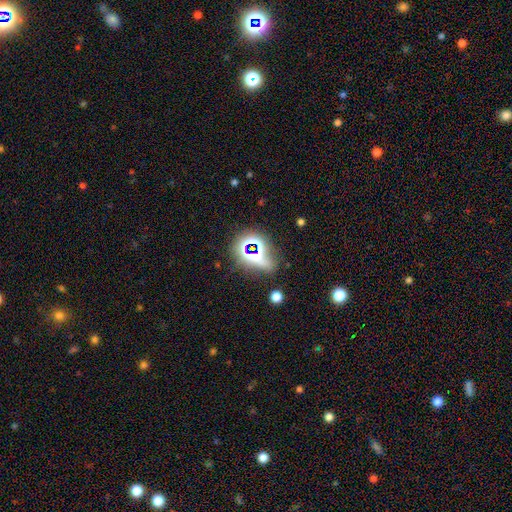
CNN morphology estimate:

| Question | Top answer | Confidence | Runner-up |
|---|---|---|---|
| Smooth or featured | star or artifact | 56% | smooth (28%) |